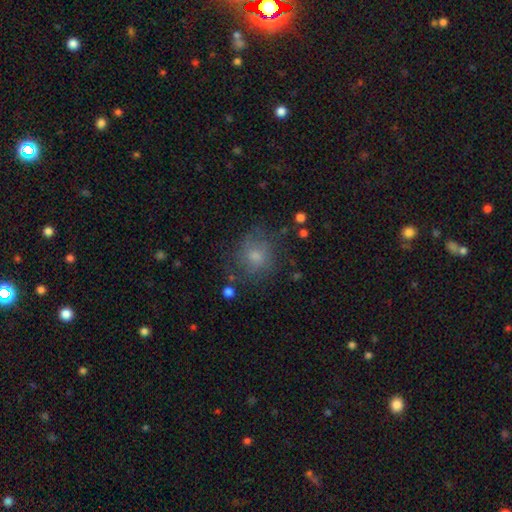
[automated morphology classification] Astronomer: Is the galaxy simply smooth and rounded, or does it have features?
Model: smooth — 67%.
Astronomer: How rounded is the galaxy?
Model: round — 78%.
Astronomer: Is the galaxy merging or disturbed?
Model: none — 66%.